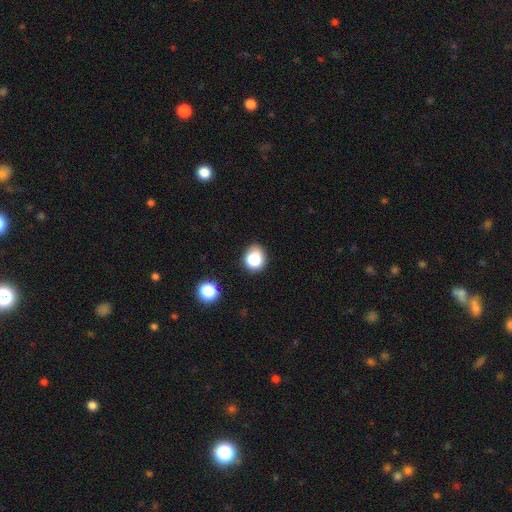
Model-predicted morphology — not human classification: Smooth or featured: smooth — 79% (star or artifact — 13%)
How rounded: round — 72% (in between — 27%)
Merging: none — 71% (minor disturbance — 17%)